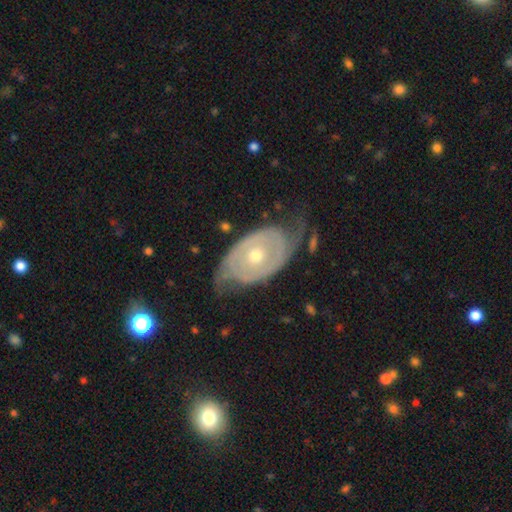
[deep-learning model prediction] Q: Smooth or featured?
A: featured or disk (80%); runner-up: smooth (15%)
Q: Edge-on disk?
A: no (94%); runner-up: yes (6%)
Q: Bar?
A: no (83%); runner-up: weak (12%)
Q: Spiral arms?
A: yes (71%); runner-up: no (29%)
Q: Spiral winding?
A: tight (60%); runner-up: medium (24%)
Q: Spiral arm count?
A: 2 (61%); runner-up: can't tell (24%)
Q: Bulge size?
A: moderate (58%); runner-up: small (38%)
Q: Merging?
A: none (57%); runner-up: minor disturbance (24%)